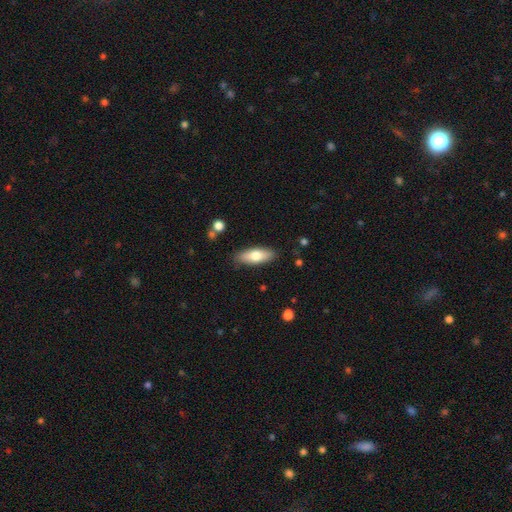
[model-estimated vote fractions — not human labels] A smooth galaxy with no disk features (72%) that is in between round and cigar-shaped (67%). Merging: none (86%).